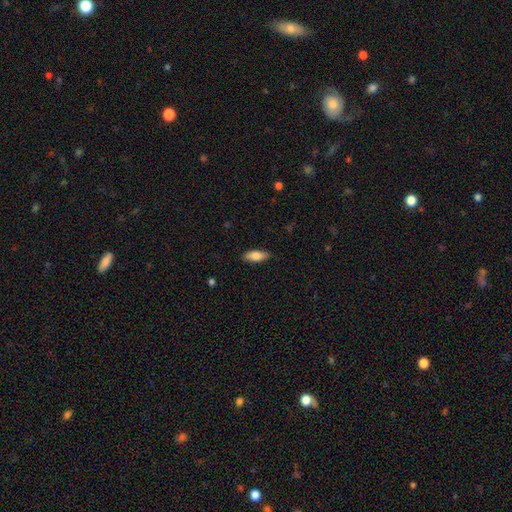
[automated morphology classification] type=smooth (79%); roundness=in between (73%); merging=none (85%).